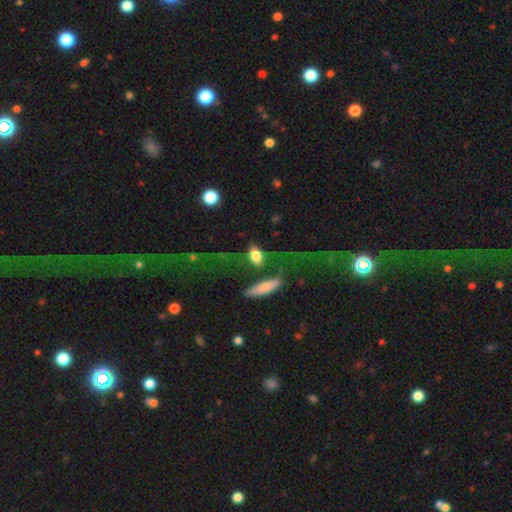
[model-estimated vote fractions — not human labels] smooth-or-featured: smooth: 75% | featured or disk: 16% | star or artifact: 9%
  how-rounded: in between: 82% | round: 11% | cigar-shaped: 7%
  merging: none: 48% | major disturbance: 20% | minor disturbance: 16% | merger: 15%